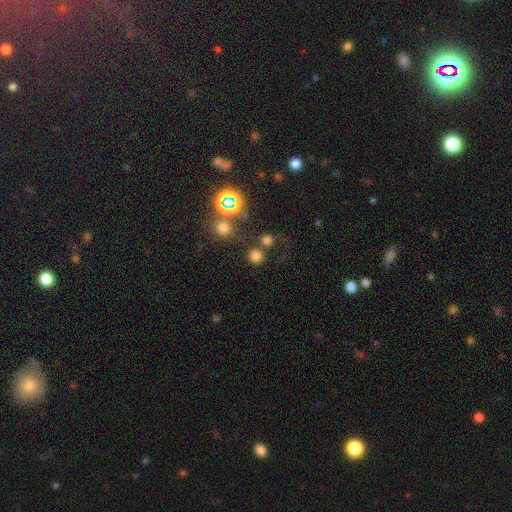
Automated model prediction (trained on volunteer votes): smooth 70%, star or artifact 24%, featured or disk 6%. Down the decision tree: how rounded — round (93%); merging — none (74%).